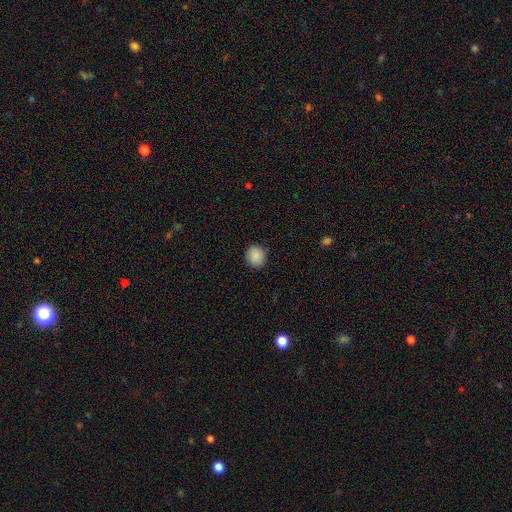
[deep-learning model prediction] smooth-or-featured: smooth: 89% | star or artifact: 8% | featured or disk: 3%
  how-rounded: round: 82% | in between: 17% | cigar-shaped: 1%
  merging: none: 88% | minor disturbance: 9% | major disturbance: 2% | merger: 1%